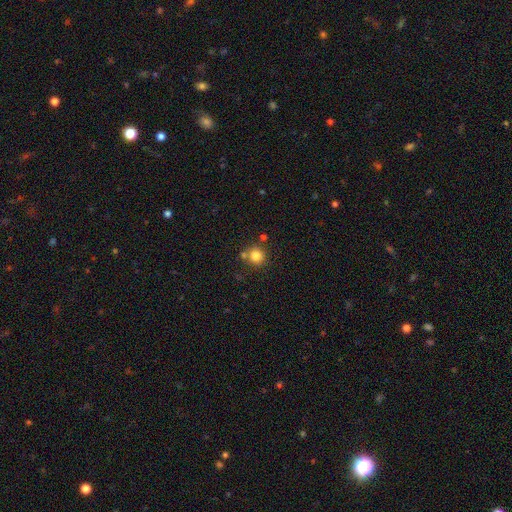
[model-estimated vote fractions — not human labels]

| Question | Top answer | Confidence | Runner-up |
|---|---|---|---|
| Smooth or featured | smooth | 82% | star or artifact (12%) |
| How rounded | round | 91% | in between (8%) |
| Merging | none | 75% | merger (12%) |